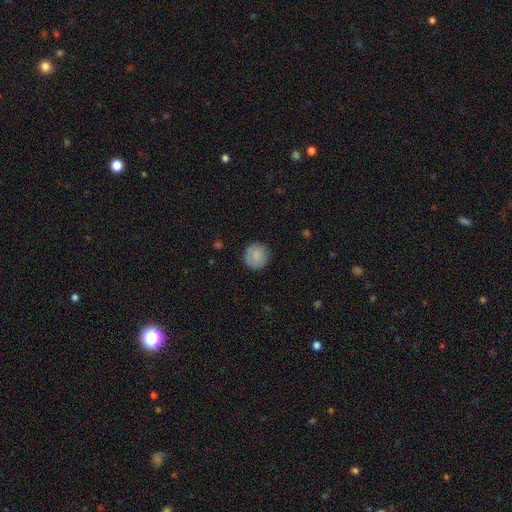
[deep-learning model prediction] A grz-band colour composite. It shows a smooth galaxy with no disk features (84%) that is round (94%). Merging: none (87%).